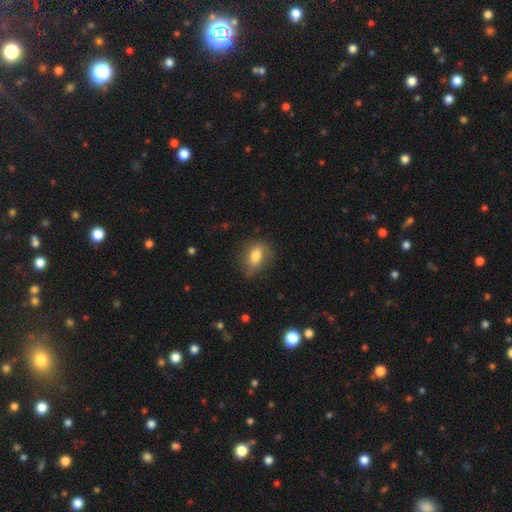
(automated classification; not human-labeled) A smooth galaxy with no disk features (67%) that is in between round and cigar-shaped (73%).

Vote fractions:
- Smooth or featured? smooth: 67% / featured or disk: 24% / star or artifact: 8%
- How rounded? in between: 73% / round: 22% / cigar-shaped: 5%
- Merging? none: 60% / minor disturbance: 28% / major disturbance: 10% / merger: 2%